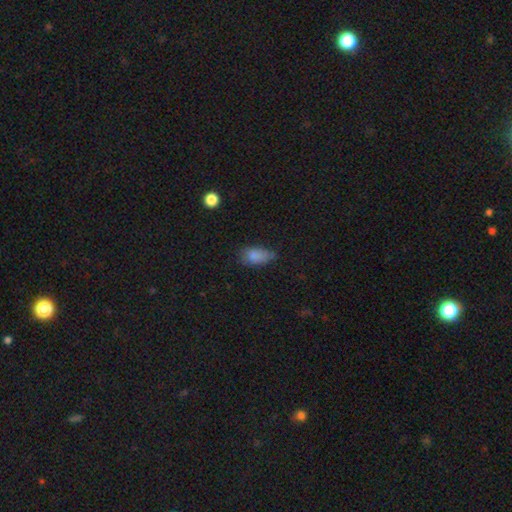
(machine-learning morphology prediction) A smooth galaxy with no disk features (81%) that is in between round and cigar-shaped (90%).

Vote fractions:
- Smooth or featured? smooth: 81% / star or artifact: 10% / featured or disk: 9%
- How rounded? in between: 90% / round: 7% / cigar-shaped: 3%
- Merging? none: 46% / minor disturbance: 38% / major disturbance: 12% / merger: 3%